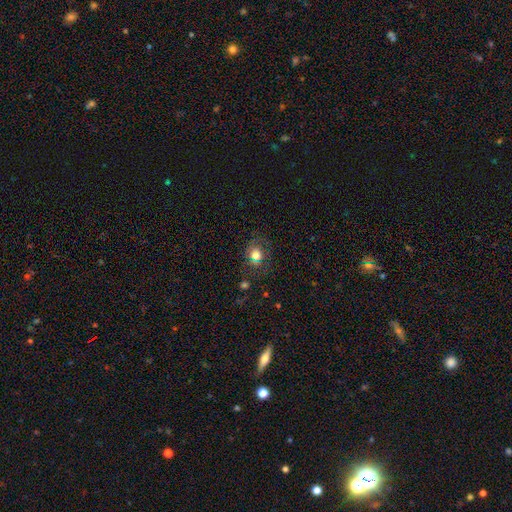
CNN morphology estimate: Q: Smooth or featured?
A: smooth (68%); runner-up: star or artifact (17%)
Q: How rounded?
A: round (68%); runner-up: in between (31%)
Q: Merging?
A: none (73%); runner-up: minor disturbance (16%)